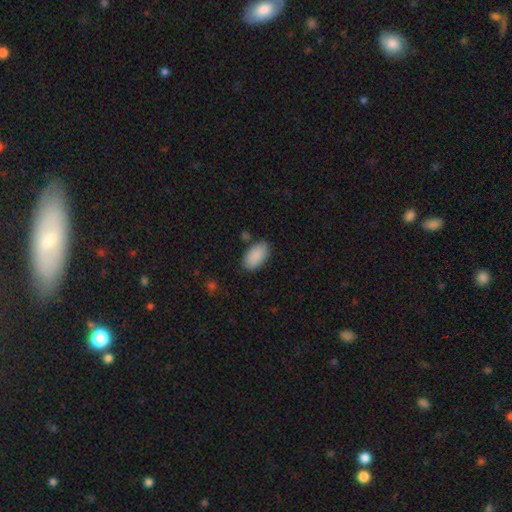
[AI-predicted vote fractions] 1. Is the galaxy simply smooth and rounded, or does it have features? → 90% smooth, 6% star or artifact, 4% featured or disk.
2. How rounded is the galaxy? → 95% in between, 3% round, 2% cigar-shaped.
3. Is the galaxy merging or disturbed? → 81% none, 13% minor disturbance, 3% major disturbance, 3% merger.